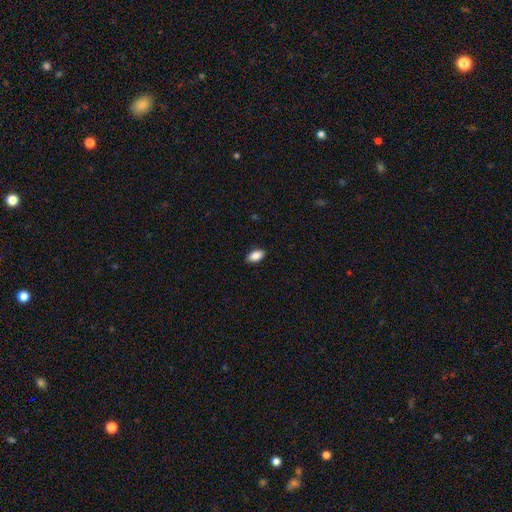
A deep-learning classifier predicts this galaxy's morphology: The model was most divided on "merging": none: 89%, minor disturbance: 9%, major disturbance: 2%, merger: 1%. More confident: how rounded — in between (92%); smooth or featured — smooth (88%).